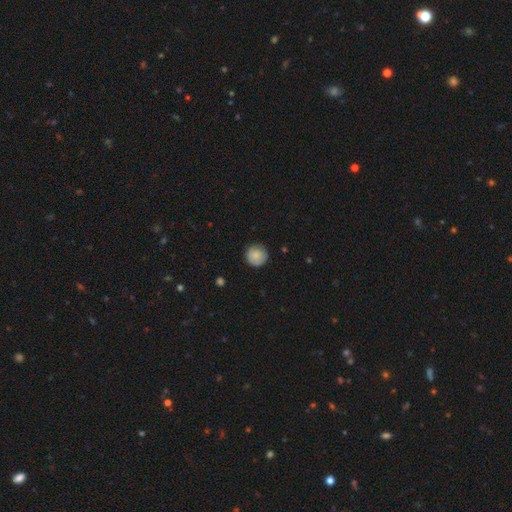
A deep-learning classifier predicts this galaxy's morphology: Smooth or featured?
  - smooth: 83% *
  - featured or disk: 10%
  - star or artifact: 7%
How rounded?
  - round: 94% *
  - in between: 5%
  - cigar-shaped: 1%
Merging?
  - none: 83% *
  - minor disturbance: 13%
  - major disturbance: 2%
  - merger: 1%